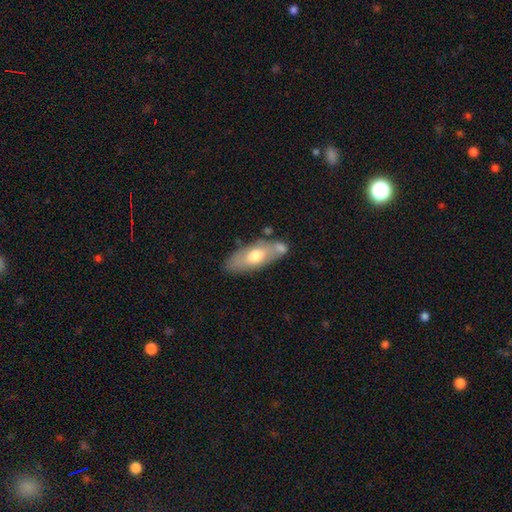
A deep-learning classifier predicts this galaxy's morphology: smooth_or_featured: smooth (p=0.58) [alt: featured or disk p=0.36]
how_rounded: in between (p=0.74) [alt: cigar-shaped p=0.23]
merging: none (p=0.61) [alt: minor disturbance p=0.18]